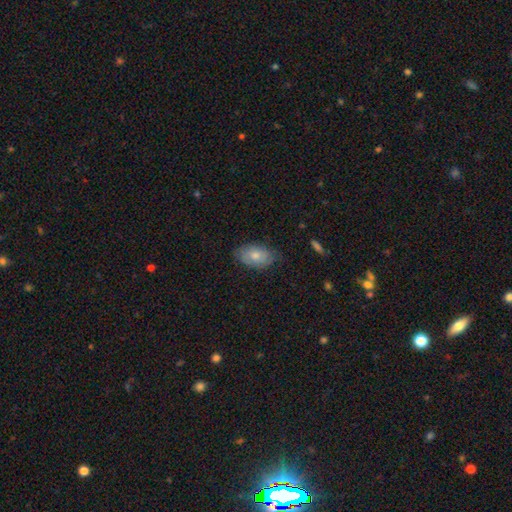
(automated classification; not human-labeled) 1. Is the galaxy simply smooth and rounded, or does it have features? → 72% smooth, 21% featured or disk, 6% star or artifact.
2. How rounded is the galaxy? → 92% in between, 6% round, 2% cigar-shaped.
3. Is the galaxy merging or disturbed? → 74% none, 21% minor disturbance, 4% major disturbance, 1% merger.